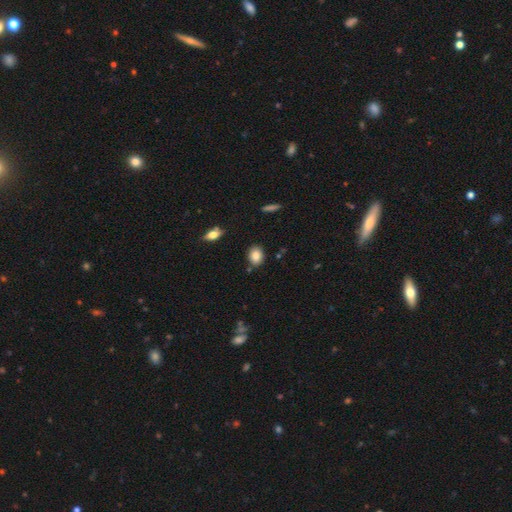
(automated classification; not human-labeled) smooth 84%, star or artifact 9%, featured or disk 7%. Down the decision tree: how rounded — in between (59%); merging — none (83%).